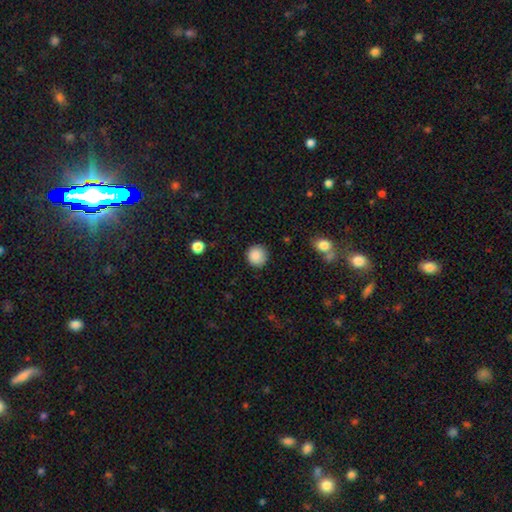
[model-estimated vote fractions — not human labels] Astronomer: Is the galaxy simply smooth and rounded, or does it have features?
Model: smooth — 88%.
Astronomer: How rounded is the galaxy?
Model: round — 93%.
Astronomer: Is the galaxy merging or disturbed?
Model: none — 88%.